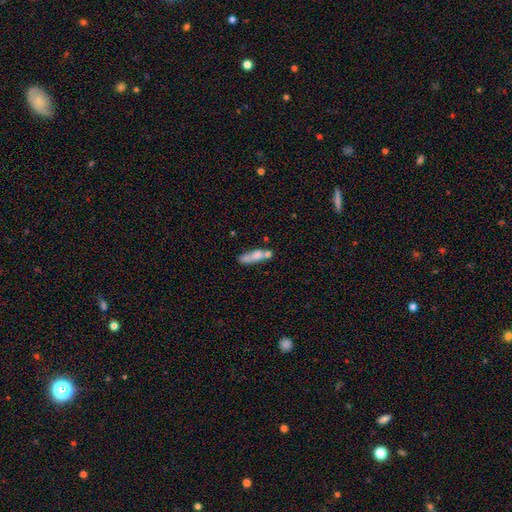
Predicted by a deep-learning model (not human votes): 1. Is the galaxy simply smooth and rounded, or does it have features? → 70% smooth, 22% featured or disk, 8% star or artifact.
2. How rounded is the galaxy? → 62% cigar-shaped, 34% in between, 3% round.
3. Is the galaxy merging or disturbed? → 44% none, 29% merger, 19% minor disturbance, 8% major disturbance.